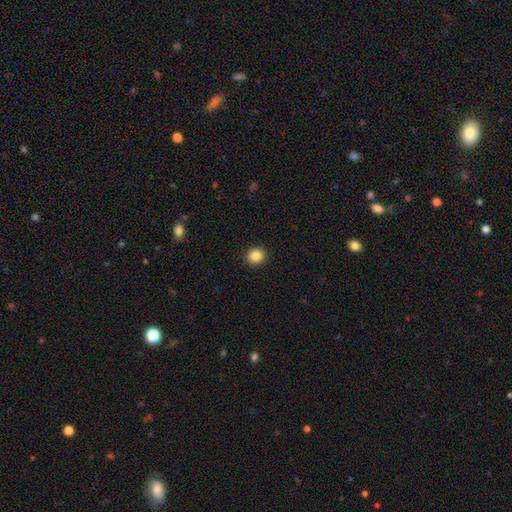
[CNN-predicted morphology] Smooth or featured: smooth — 86% (star or artifact — 10%)
How rounded: round — 90% (in between — 9%)
Merging: none — 92% (minor disturbance — 5%)